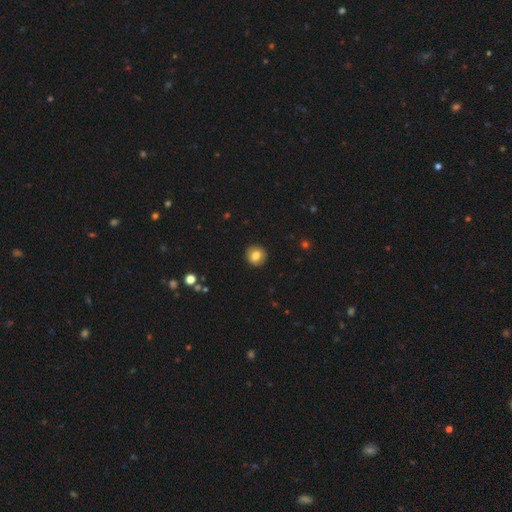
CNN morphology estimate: The model was most divided on "smooth or featured": smooth: 76%, featured or disk: 15%, star or artifact: 9%. More confident: merging — none (90%); how rounded — round (88%).